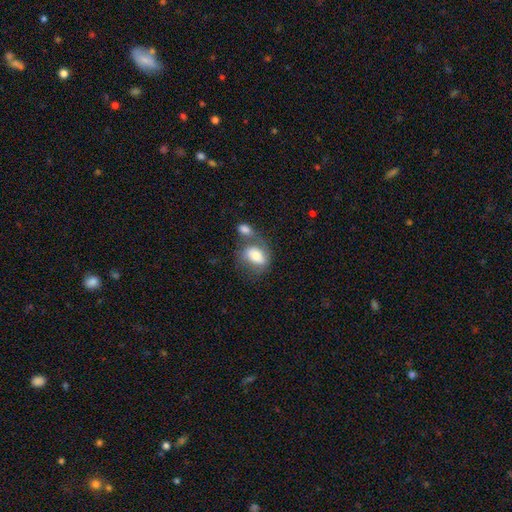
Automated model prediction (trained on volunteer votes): Smooth or featured?
  - smooth: 70% *
  - featured or disk: 23%
  - star or artifact: 7%
How rounded?
  - in between: 78% *
  - round: 20%
  - cigar-shaped: 2%
Merging?
  - merger: 47% *
  - none: 30%
  - minor disturbance: 14%
  - major disturbance: 10%